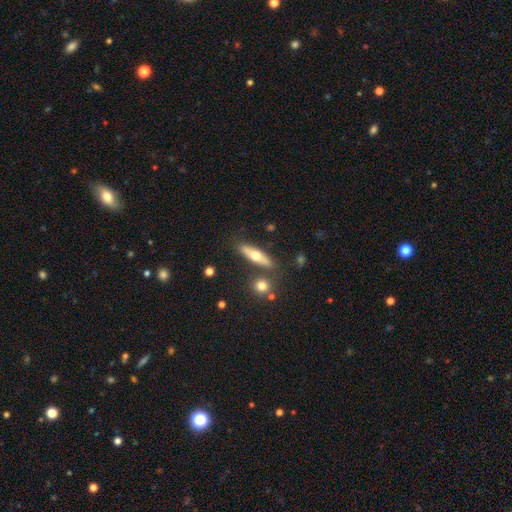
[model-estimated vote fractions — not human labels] A smooth galaxy with no disk features (50%) that is cigar-shaped (66%).

Vote fractions:
- Smooth or featured? smooth: 50% / featured or disk: 44% / star or artifact: 6%
- How rounded? cigar-shaped: 66% / in between: 31% / round: 3%
- Merging? none: 78% / minor disturbance: 12% / merger: 7% / major disturbance: 3%